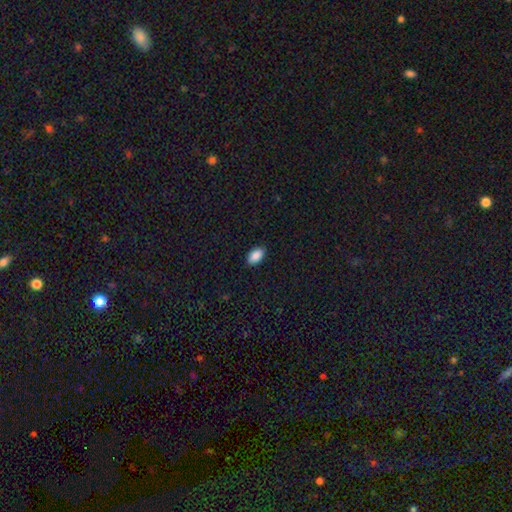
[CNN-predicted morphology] smooth-or-featured: smooth: 89% | star or artifact: 7% | featured or disk: 4%
  how-rounded: in between: 94% | round: 4% | cigar-shaped: 2%
  merging: none: 90% | minor disturbance: 8% | major disturbance: 2% | merger: 1%